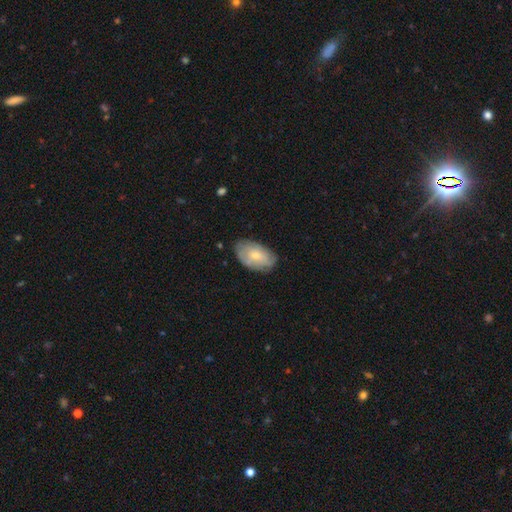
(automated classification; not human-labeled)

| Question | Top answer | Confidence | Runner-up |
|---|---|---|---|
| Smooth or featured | smooth | 58% | featured or disk (36%) |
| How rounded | in between | 92% | round (6%) |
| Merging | none | 73% | minor disturbance (22%) |